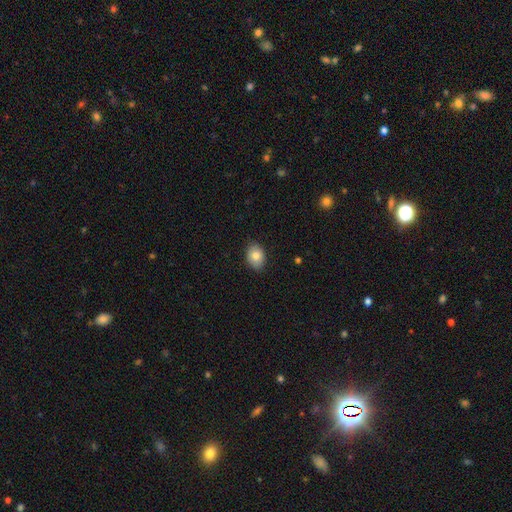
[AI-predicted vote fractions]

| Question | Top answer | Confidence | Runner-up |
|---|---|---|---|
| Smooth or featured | smooth | 80% | featured or disk (12%) |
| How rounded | in between | 75% | round (24%) |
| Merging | none | 85% | minor disturbance (12%) |